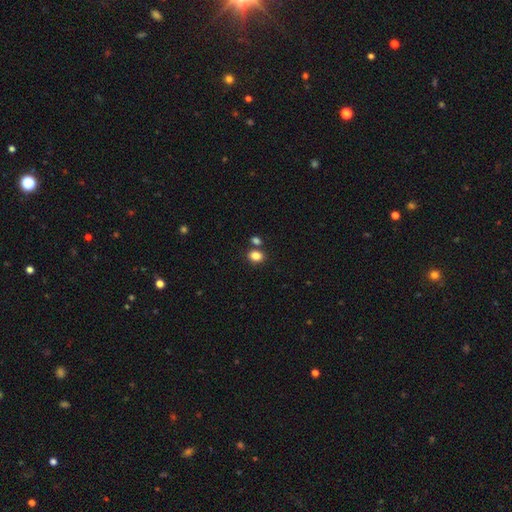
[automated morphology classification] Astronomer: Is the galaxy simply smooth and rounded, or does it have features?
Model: smooth — 84%.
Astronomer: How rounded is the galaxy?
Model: in between — 58% (runner-up: round, 41%).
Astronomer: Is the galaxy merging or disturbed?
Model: none — 70%.